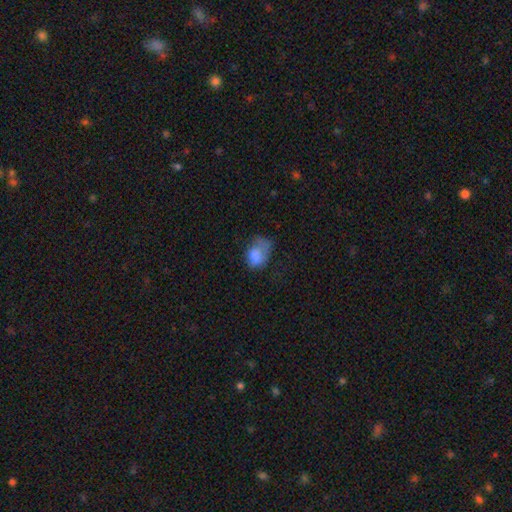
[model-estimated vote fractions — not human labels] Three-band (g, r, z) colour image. It shows a smooth galaxy with no disk features (73%) that is in between round and cigar-shaped (80%). Merging: major disturbance (33%, tied with minor disturbance).